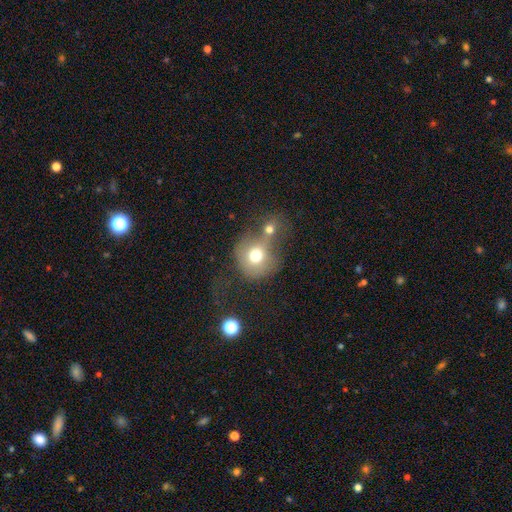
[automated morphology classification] This is likely a smooth galaxy (69%). How rounded: clearly round (81%). Merging: possibly merger (50%).